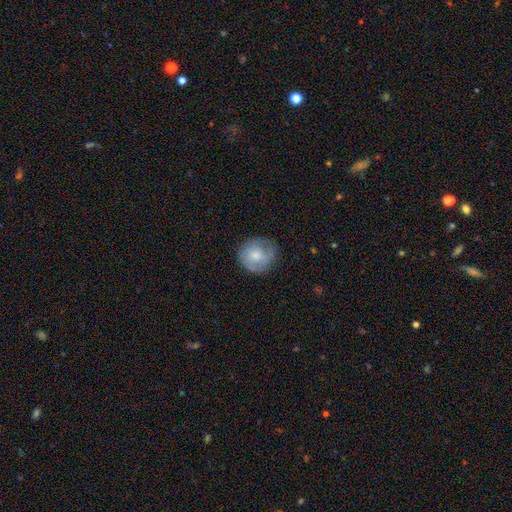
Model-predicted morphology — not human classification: Smooth or featured: smooth — 66% (featured or disk — 28%)
How rounded: round — 87% (in between — 12%)
Merging: none — 70% (minor disturbance — 21%)